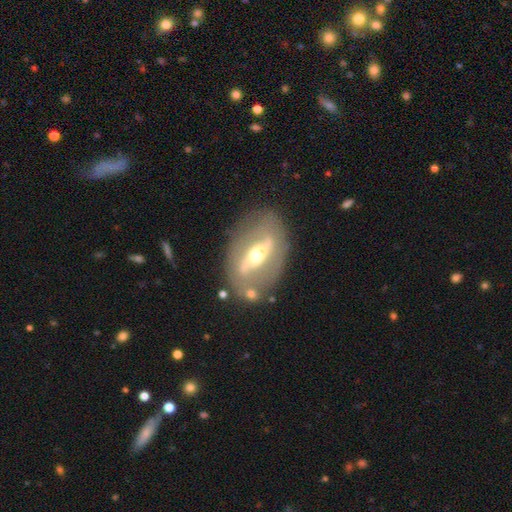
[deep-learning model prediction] The model was most divided on "spiral arms": no: 62%, yes: 38%. More confident: edge-on disk — no (83%); merging — none (72%); smooth or featured — featured or disk (71%); bulge size — moderate (67%); bar — strong (58%).